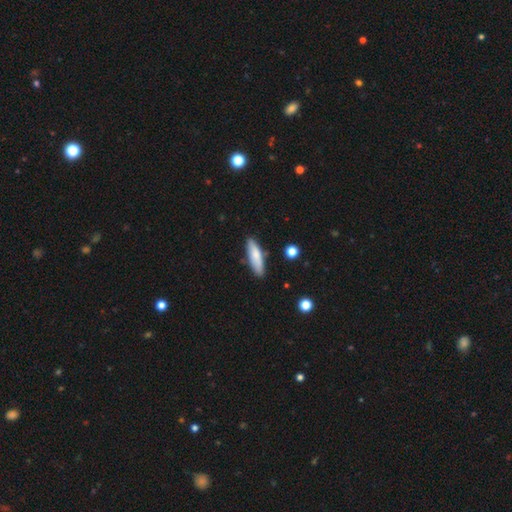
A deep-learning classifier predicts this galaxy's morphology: Smooth or featured? smooth (76%)
How rounded? cigar-shaped (64%)
Merging? none (82%)